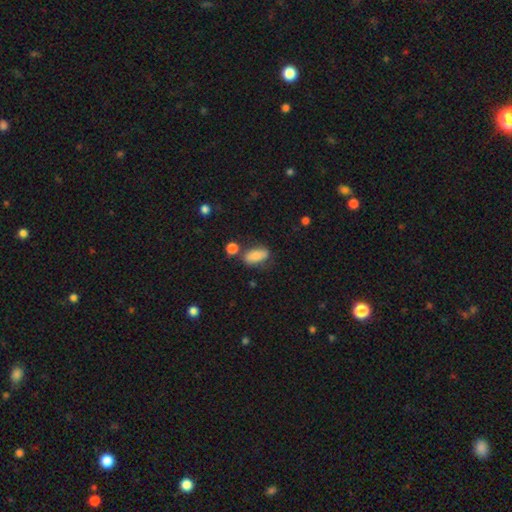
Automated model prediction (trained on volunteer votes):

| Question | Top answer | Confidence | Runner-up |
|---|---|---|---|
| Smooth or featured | smooth | 79% | featured or disk (13%) |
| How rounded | in between | 87% | cigar-shaped (8%) |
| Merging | none | 63% | minor disturbance (20%) |